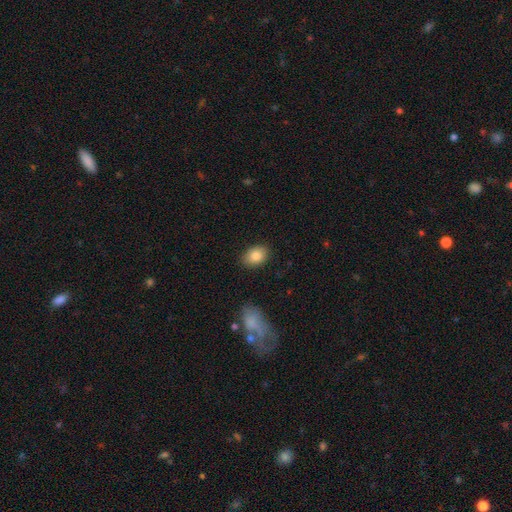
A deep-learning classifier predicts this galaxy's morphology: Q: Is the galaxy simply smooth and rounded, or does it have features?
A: smooth — 85%.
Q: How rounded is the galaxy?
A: in between — 83%.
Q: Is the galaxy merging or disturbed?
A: none — 87%.